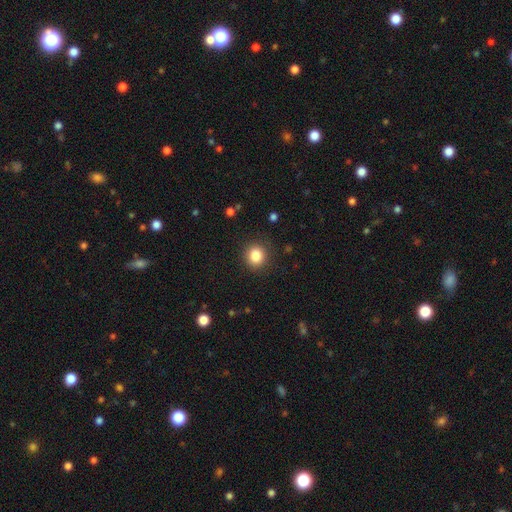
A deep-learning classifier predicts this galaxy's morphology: This is clearly a smooth galaxy (84%). How rounded: clearly round (86%). Merging: clearly none (89%).